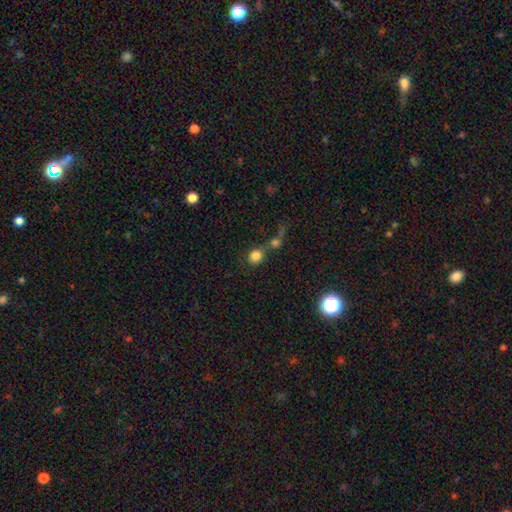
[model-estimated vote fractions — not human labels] Overall: smooth (82%). How rounded: round (73%). Merging: none (47%; merger 39%).